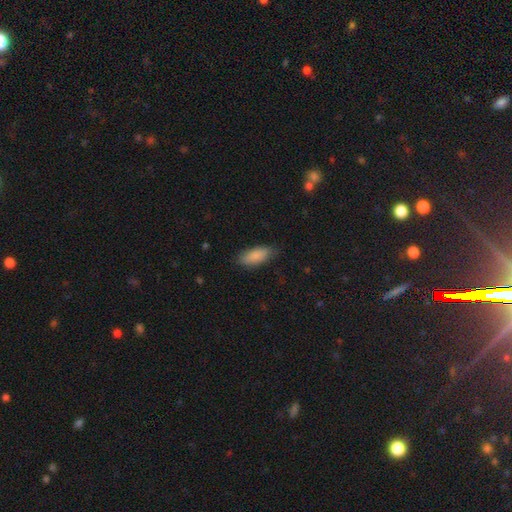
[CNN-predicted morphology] smooth 87%, featured or disk 7%, star or artifact 6%. Down the decision tree: how rounded — in between (80%); merging — none (79%).